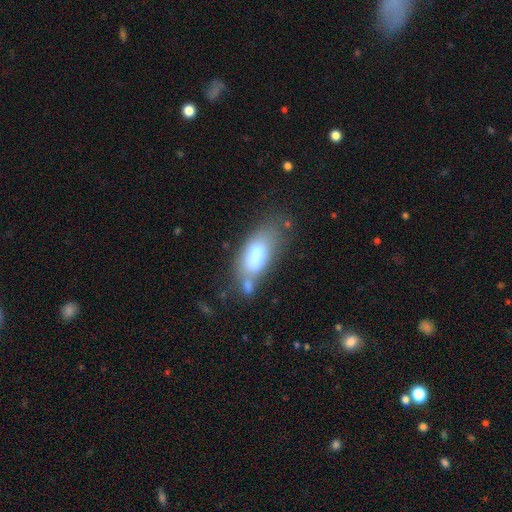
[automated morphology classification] A smooth galaxy with no disk features (75%) that is in between round and cigar-shaped (86%).

Vote fractions:
- Smooth or featured? smooth: 75% / featured or disk: 18% / star or artifact: 8%
- How rounded? in between: 86% / cigar-shaped: 11% / round: 3%
- Merging? none: 42% / merger: 25% / minor disturbance: 21% / major disturbance: 13%